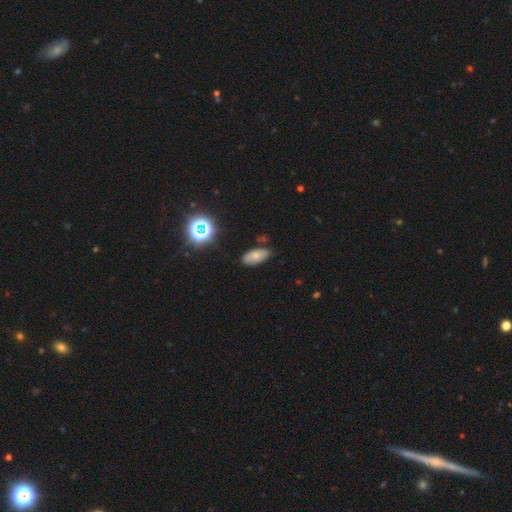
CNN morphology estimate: smooth_or_featured: smooth (p=0.74) [alt: star or artifact p=0.14]
how_rounded: in between (p=0.91) [alt: cigar-shaped p=0.06]
merging: none (p=0.80) [alt: minor disturbance p=0.14]